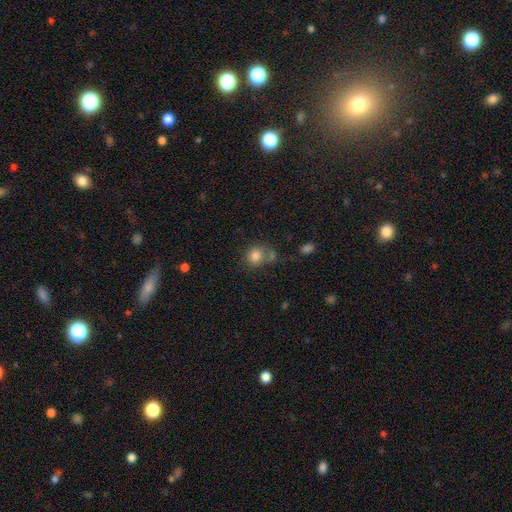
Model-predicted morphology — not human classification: The model was most divided on "merging": none: 54%, merger: 24%, minor disturbance: 16%, major disturbance: 7%. More confident: smooth or featured — smooth (82%); how rounded — round (73%).